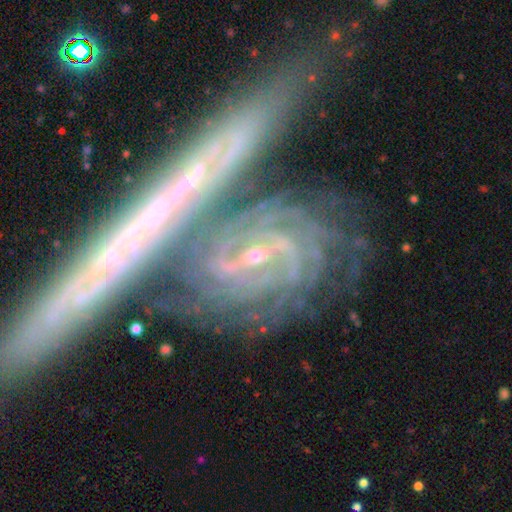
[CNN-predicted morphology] smooth_or_featured: featured or disk (p=0.86) [alt: star or artifact p=0.08]
disk_edge_on: no (p=0.89) [alt: yes p=0.11]
bar: strong (p=0.35) [alt: weak p=0.34]
has_spiral_arms: yes (p=0.94) [alt: no p=0.06]
spiral_winding: tight (p=0.66) [alt: medium p=0.27]
spiral_arm_count: can't tell (p=0.32) [alt: 3 p=0.18]
bulge_size: small (p=0.68) [alt: moderate p=0.25]
merging: none (p=0.40) [alt: merger p=0.36]